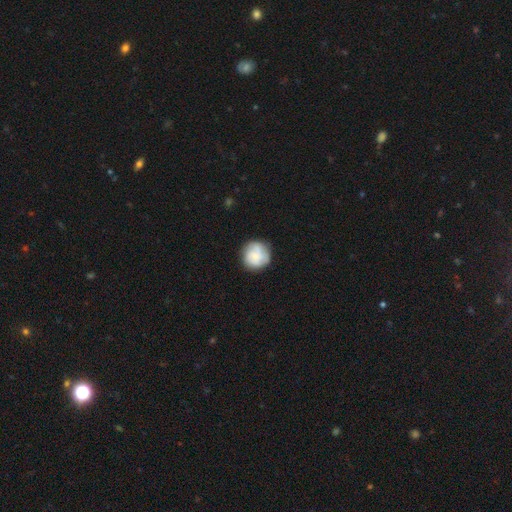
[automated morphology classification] smooth-or-featured: smooth: 62% | featured or disk: 31% | star or artifact: 7%
  how-rounded: round: 91% | in between: 8% | cigar-shaped: 1%
  merging: none: 78% | minor disturbance: 16% | major disturbance: 5% | merger: 2%